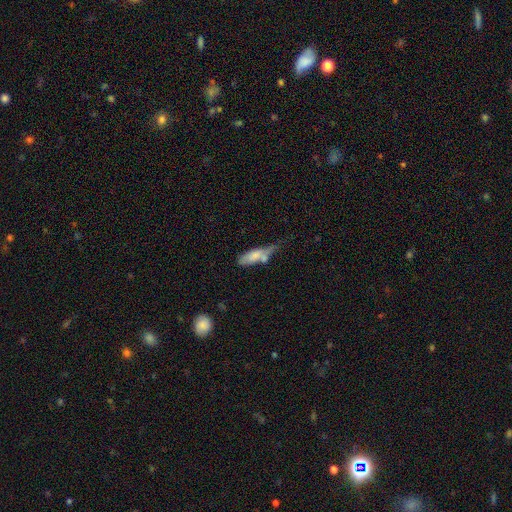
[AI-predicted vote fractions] Overall: smooth (70%). How rounded: in between (53%; cigar-shaped 45%). Merging: minor disturbance (30%, tied with none).